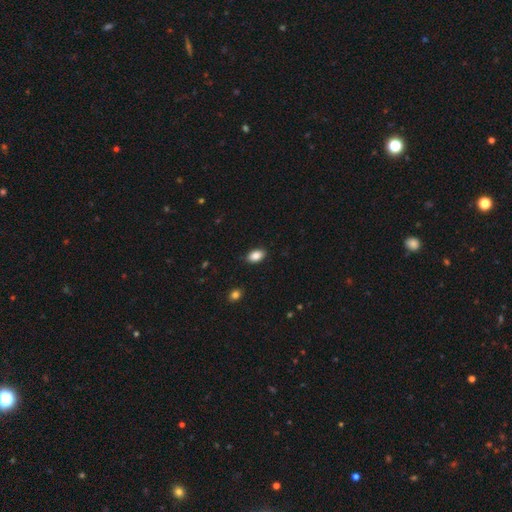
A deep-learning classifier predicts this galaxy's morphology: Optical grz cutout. It shows a smooth galaxy with no disk features (87%) that is in between round and cigar-shaped (90%). Merging: none (87%).